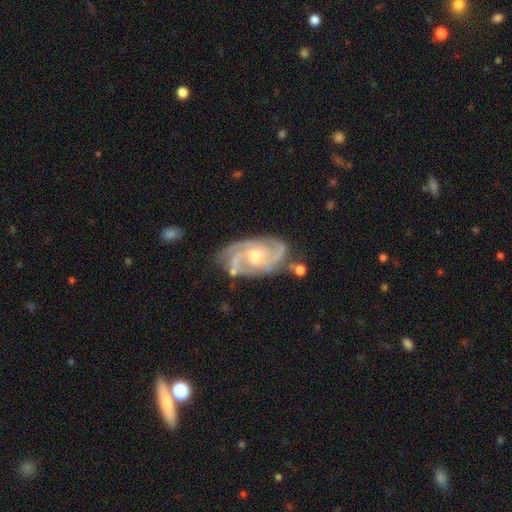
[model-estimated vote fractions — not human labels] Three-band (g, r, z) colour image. It shows a featured or disk galaxy (91%) with no bar (54%), 2 (47%) tight (50%) spiral arms (98%) and a moderate central bulge (64%). Merging: none (72%).